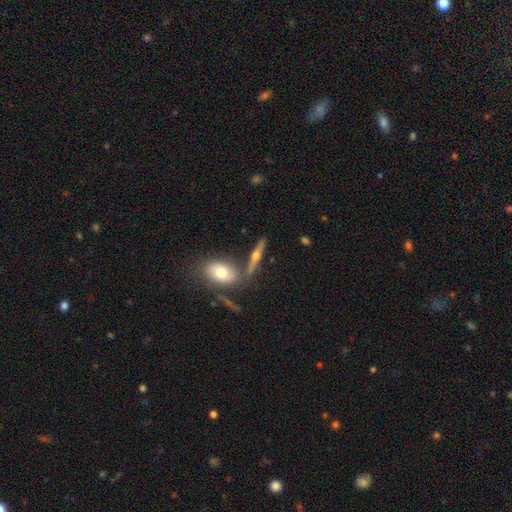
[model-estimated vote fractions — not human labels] Morphology: type=featured or disk (66%); edge-on=yes (93%); edge-on bulge=rounded (95%); merging=none (72%).